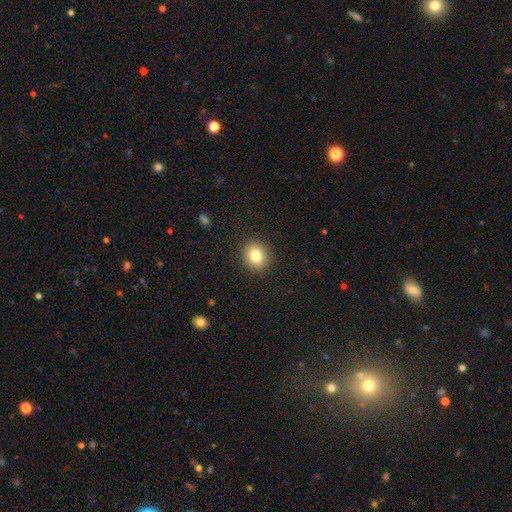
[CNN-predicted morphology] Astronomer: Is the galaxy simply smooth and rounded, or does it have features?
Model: smooth — 81%.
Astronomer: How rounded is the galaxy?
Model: round — 74%.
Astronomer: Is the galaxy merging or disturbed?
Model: none — 90%.